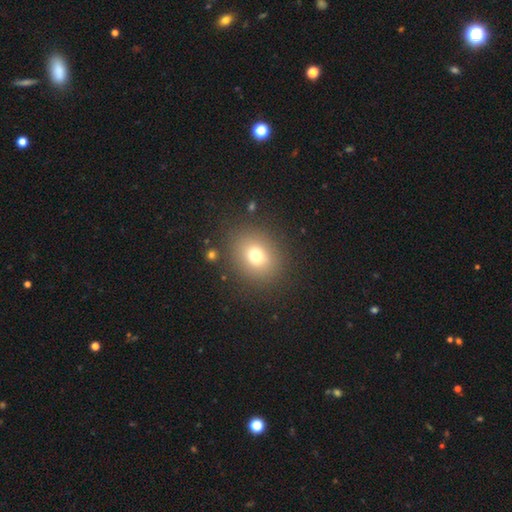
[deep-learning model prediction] The model was most divided on "how rounded": round: 69%, in between: 30%, cigar-shaped: 1%. More confident: merging — none (86%); smooth or featured — smooth (73%).